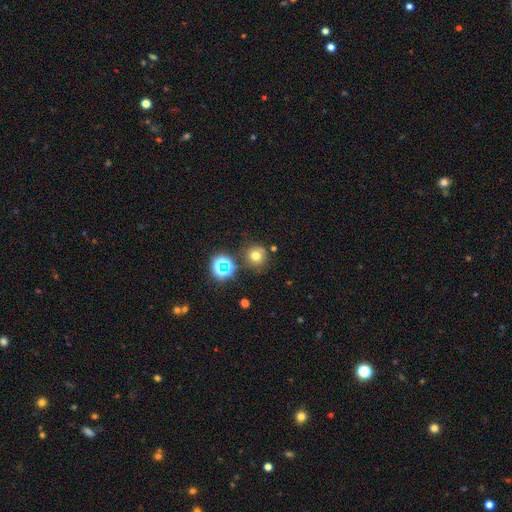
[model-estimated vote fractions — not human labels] This appears to be a smooth galaxy with no disk features (66%) that is round (90%). Merging: none (76%).